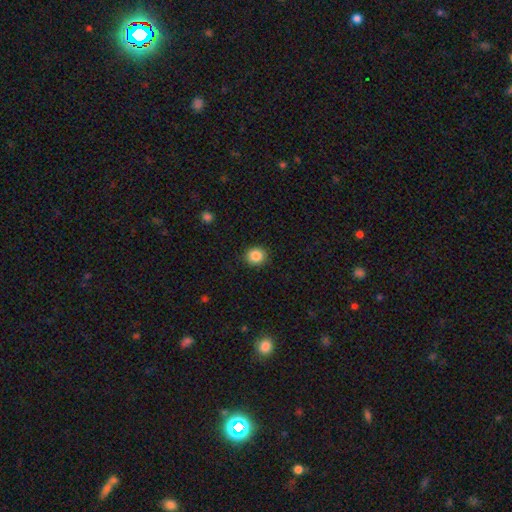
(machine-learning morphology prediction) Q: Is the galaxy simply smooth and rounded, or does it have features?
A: smooth — 87%.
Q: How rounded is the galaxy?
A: round — 84%.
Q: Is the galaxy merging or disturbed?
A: none — 90%.